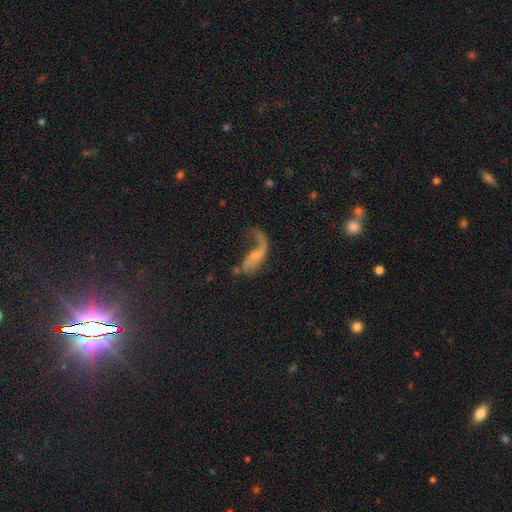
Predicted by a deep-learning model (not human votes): Smooth or featured? featured or disk (64%)
Edge-on disk? no (94%)
Bar? no (65%)
Spiral arms? yes (76%)
Bulge size? small (43%)
Merging? major disturbance (47%)